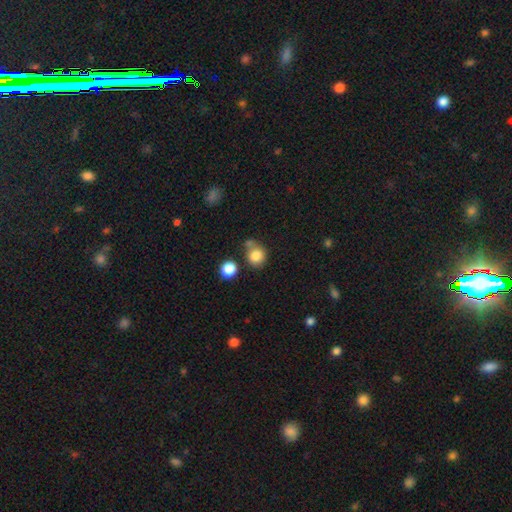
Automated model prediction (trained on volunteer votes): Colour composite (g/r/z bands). It shows a smooth galaxy with no disk features (83%) that is round (81%). Merging: none (61%).